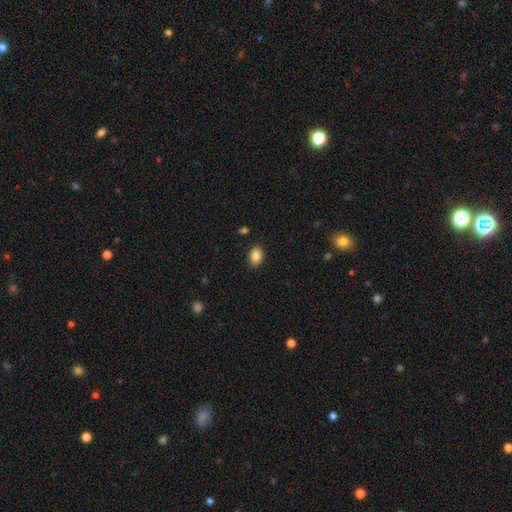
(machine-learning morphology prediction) Overall: smooth (86%). How rounded: in between (84%). Merging: none (88%).